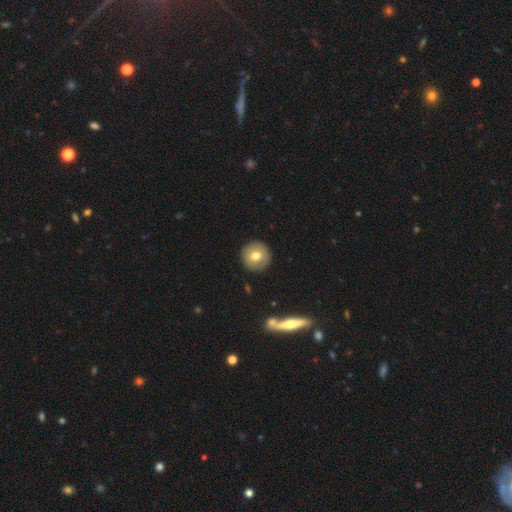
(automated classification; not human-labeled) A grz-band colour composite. It shows a smooth galaxy with no disk features (73%) that is round (95%). Merging: none (91%).